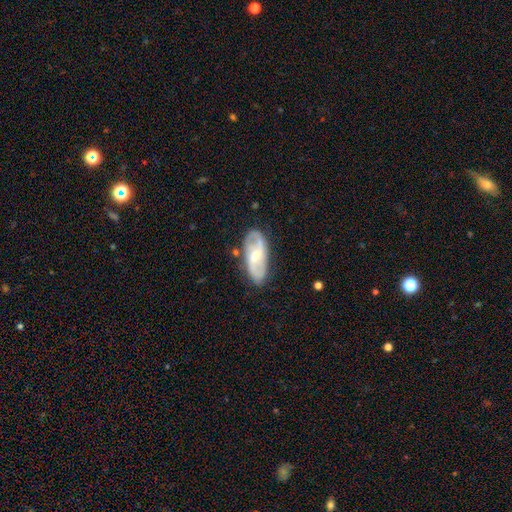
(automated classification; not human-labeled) smooth_or_featured: featured or disk (p=0.71) [alt: smooth p=0.24]
disk_edge_on: no (p=0.92) [alt: yes p=0.08]
bar: weak (p=0.52) [alt: no p=0.29]
has_spiral_arms: yes (p=0.87) [alt: no p=0.13]
spiral_winding: medium (p=0.45) [alt: loose p=0.34]
spiral_arm_count: 2 (p=0.80) [alt: can't tell p=0.12]
bulge_size: moderate (p=0.54) [alt: small p=0.37]
merging: none (p=0.75) [alt: minor disturbance p=0.18]